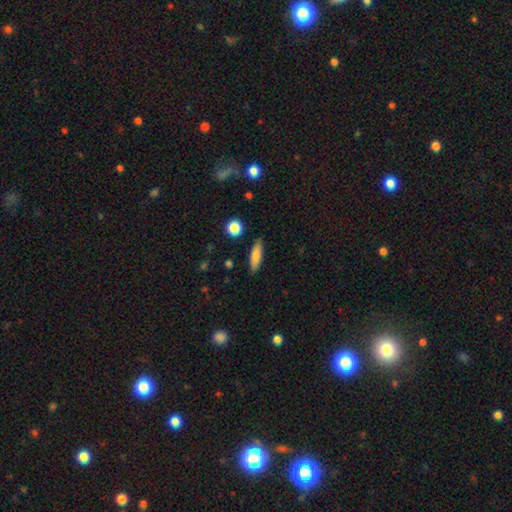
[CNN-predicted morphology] Smooth or featured? smooth (78%)
How rounded? cigar-shaped (60%)
Merging? none (87%)